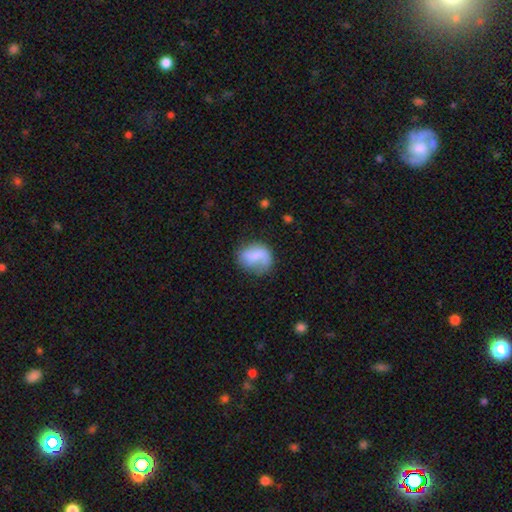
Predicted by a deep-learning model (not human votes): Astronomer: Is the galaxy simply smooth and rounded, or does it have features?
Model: smooth — 61%.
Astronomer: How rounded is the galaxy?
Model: round — 51% (runner-up: in between, 47%).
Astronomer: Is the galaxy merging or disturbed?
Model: none — 46% (runner-up: minor disturbance, 28%).